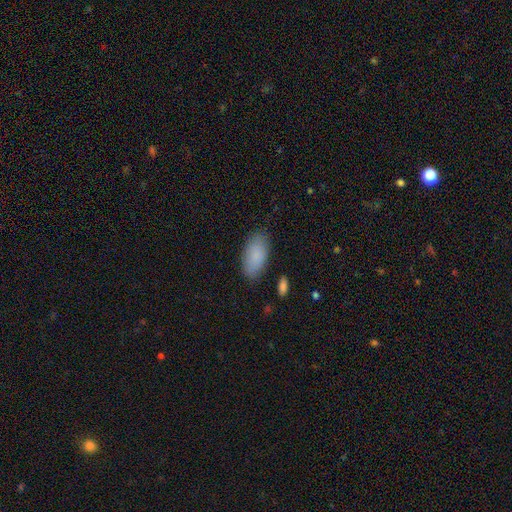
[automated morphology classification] Smooth or featured?
  - smooth: 88% *
  - star or artifact: 6%
  - featured or disk: 6%
How rounded?
  - in between: 92% *
  - cigar-shaped: 6%
  - round: 2%
Merging?
  - none: 85% *
  - minor disturbance: 11%
  - major disturbance: 3%
  - merger: 2%